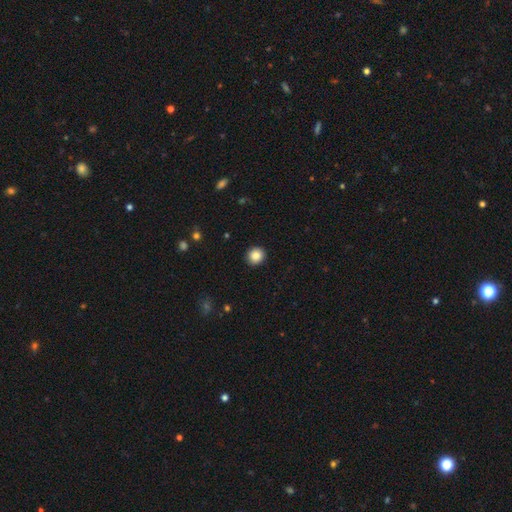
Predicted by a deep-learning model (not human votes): A smooth galaxy with no disk features (86%) that is round (86%).

Vote fractions:
- Smooth or featured? smooth: 86% / star or artifact: 9% / featured or disk: 4%
- How rounded? round: 86% / in between: 13% / cigar-shaped: 1%
- Merging? none: 91% / minor disturbance: 6% / major disturbance: 2% / merger: 1%